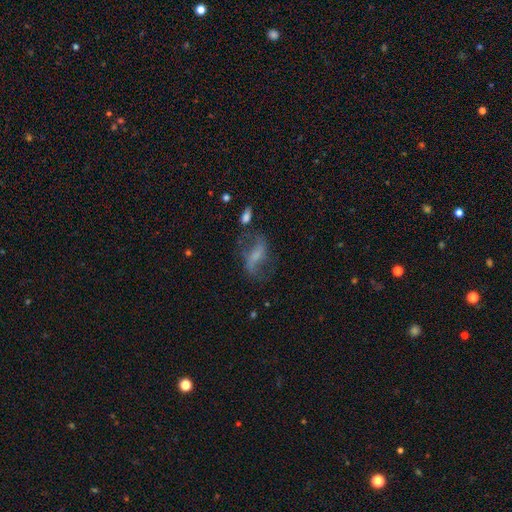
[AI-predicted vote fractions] Smooth or featured?
  - featured or disk: 61% *
  - smooth: 27%
  - star or artifact: 12%
Edge-on disk?
  - no: 92% *
  - yes: 8%
Bar?
  - weak: 40% *
  - strong: 30%
  - no: 30%
Spiral arms?
  - yes: 79% *
  - no: 21%
Bulge size?
  - none: 37% *
  - small: 33%
  - moderate: 22%
  - large: 7%
  - dominant: 2%
Merging?
  - none: 55% *
  - minor disturbance: 20%
  - major disturbance: 19%
  - merger: 5%